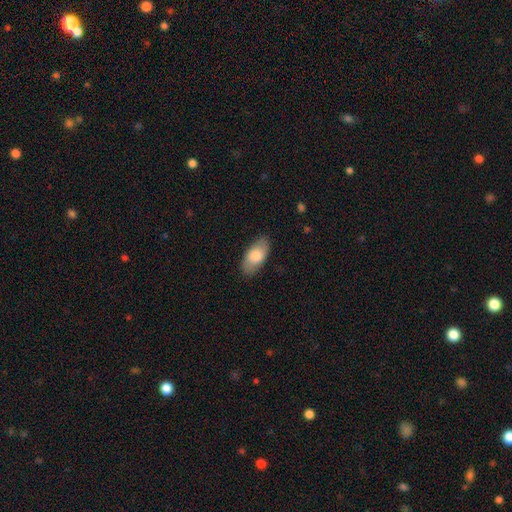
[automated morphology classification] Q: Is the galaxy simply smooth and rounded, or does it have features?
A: smooth — 76%.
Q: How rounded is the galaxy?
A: in between — 93%.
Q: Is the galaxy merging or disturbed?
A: none — 85%.